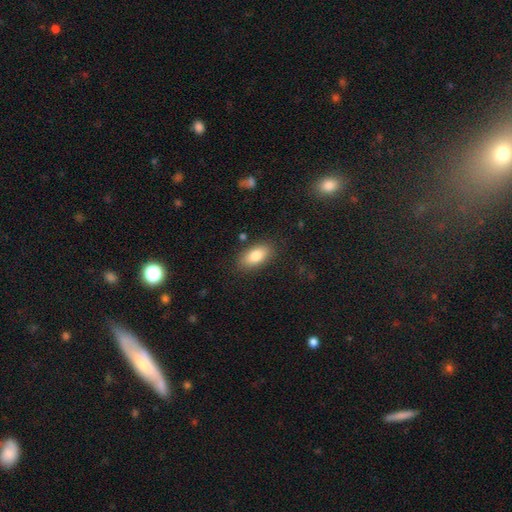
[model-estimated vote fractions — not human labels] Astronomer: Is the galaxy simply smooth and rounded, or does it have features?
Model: smooth — 83%.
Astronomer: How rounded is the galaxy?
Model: in between — 91%.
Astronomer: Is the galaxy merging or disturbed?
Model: none — 85%.